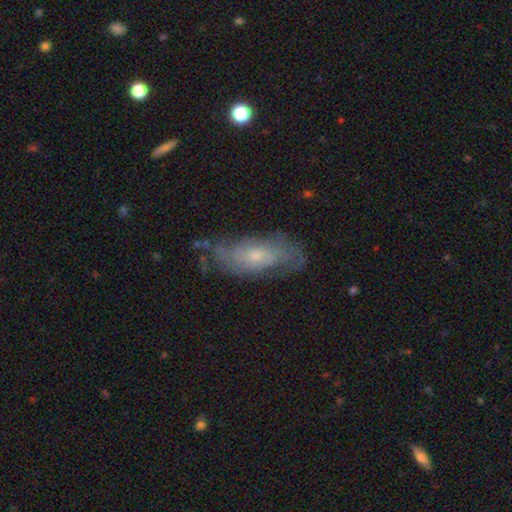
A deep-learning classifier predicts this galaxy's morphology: This is likely a featured or disk galaxy (67%). It is clearly not viewed edge-on (87%). Bar: likely no (70%). Spiral arm pattern: clearly yes (81%). Central bulge: possibly small (52%). Merging: likely none (63%).